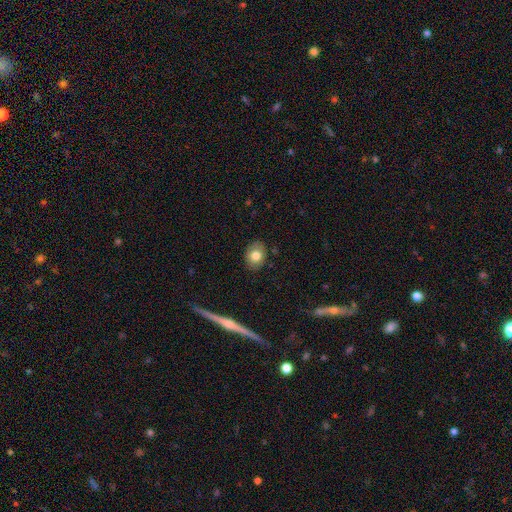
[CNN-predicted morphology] Q: Smooth or featured?
A: smooth (78%); runner-up: featured or disk (13%)
Q: How rounded?
A: in between (52%); runner-up: round (46%)
Q: Merging?
A: none (86%); runner-up: minor disturbance (10%)